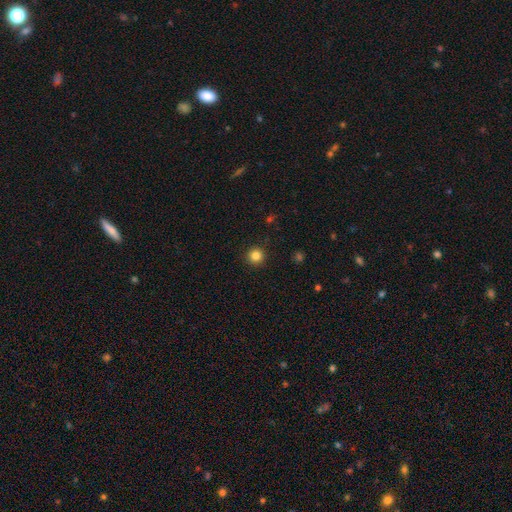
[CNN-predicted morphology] A smooth galaxy with no disk features (84%) that is round (95%). Merging: none (92%).